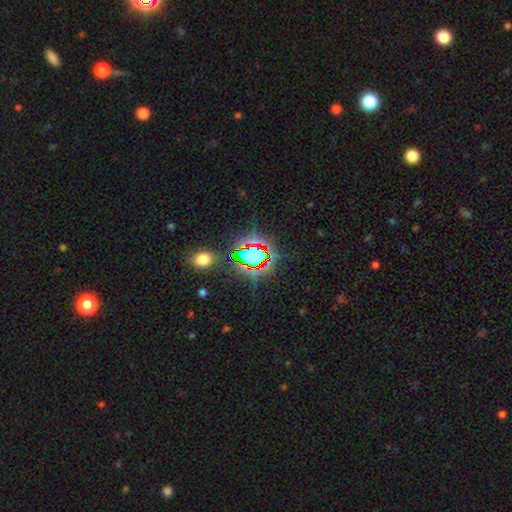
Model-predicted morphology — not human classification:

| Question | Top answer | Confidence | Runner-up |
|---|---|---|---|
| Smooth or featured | star or artifact | 71% | smooth (18%) |